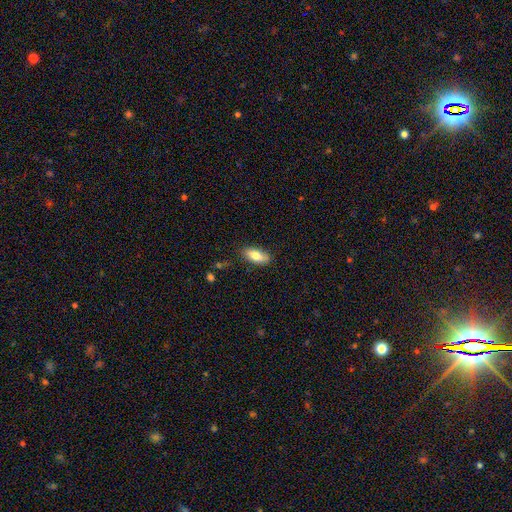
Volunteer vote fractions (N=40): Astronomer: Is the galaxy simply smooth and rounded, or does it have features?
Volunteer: smooth — 72%.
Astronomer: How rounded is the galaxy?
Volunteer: in between — 83%.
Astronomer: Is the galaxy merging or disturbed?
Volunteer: none — 67%.